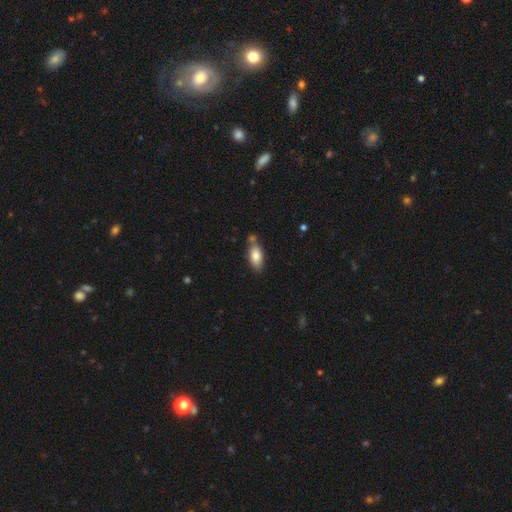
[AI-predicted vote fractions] A smooth galaxy with no disk features (81%) that is in between round and cigar-shaped (87%).

Vote fractions:
- Smooth or featured? smooth: 81% / featured or disk: 12% / star or artifact: 7%
- How rounded? in between: 87% / cigar-shaped: 10% / round: 3%
- Merging? none: 63% / minor disturbance: 18% / merger: 15% / major disturbance: 4%